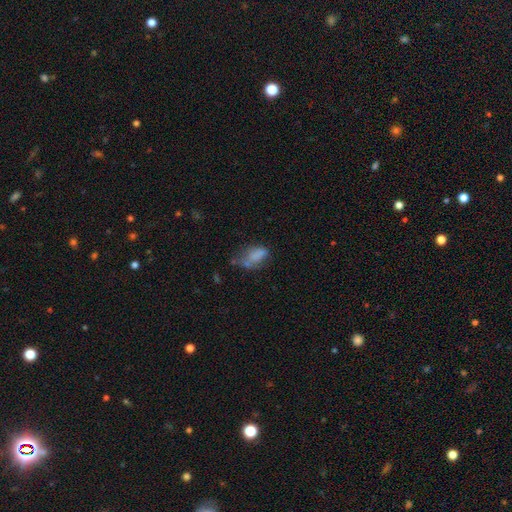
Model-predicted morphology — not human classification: A smooth galaxy with no disk features (69%) that is in between round and cigar-shaped (86%). Merging: none (34%).